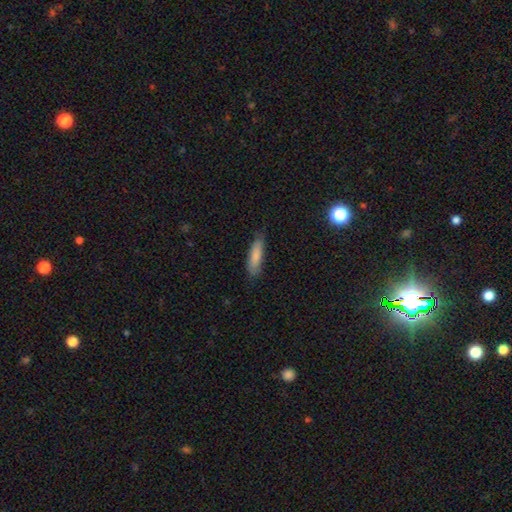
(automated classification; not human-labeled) A smooth galaxy with no disk features (83%) that is cigar-shaped (63%). Merging: none (77%).